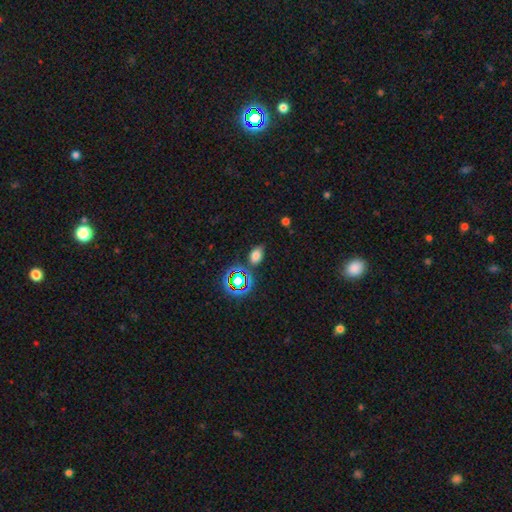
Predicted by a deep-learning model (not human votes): A smooth galaxy with no disk features (69%) that is in between round and cigar-shaped (84%). Merging: none (76%).